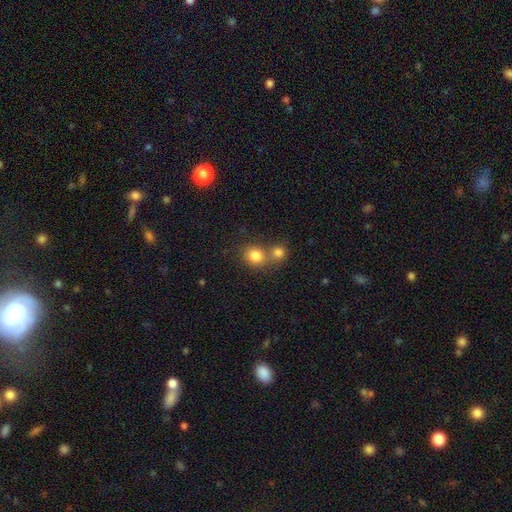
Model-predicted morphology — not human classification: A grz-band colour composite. It shows a smooth galaxy with no disk features (81%) that is round (80%). Merging: none (46%).